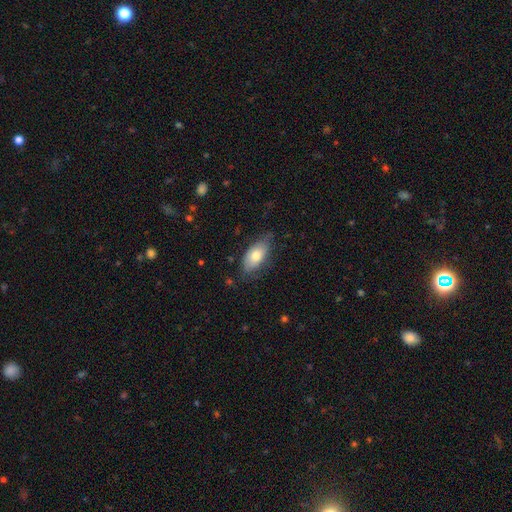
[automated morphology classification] Q: Smooth or featured?
A: smooth (72%); runner-up: featured or disk (22%)
Q: How rounded?
A: in between (91%); runner-up: cigar-shaped (6%)
Q: Merging?
A: none (68%); runner-up: minor disturbance (25%)